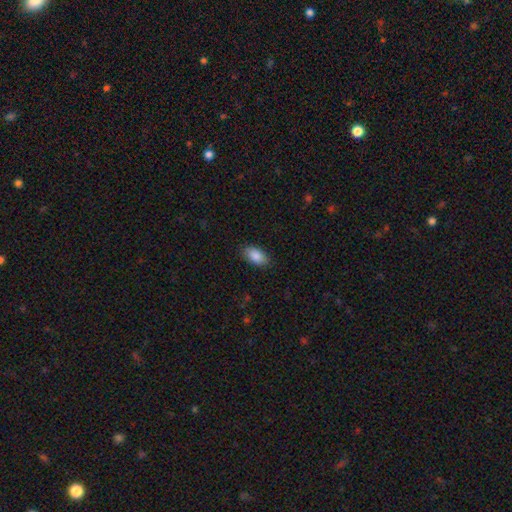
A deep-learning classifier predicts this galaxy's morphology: smooth_or_featured: smooth (p=0.88) [alt: star or artifact p=0.07]
how_rounded: in between (p=0.94) [alt: round p=0.04]
merging: none (p=0.85) [alt: minor disturbance p=0.11]